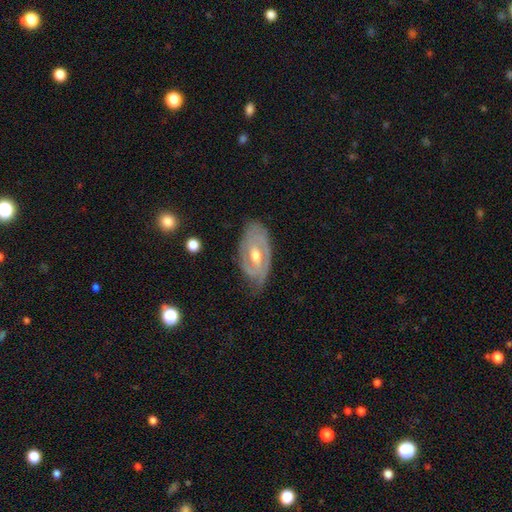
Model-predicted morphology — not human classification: Overall: featured or disk (78%). Edge-on disk: no (92%). Bar: weak (44%; no 42%). Spiral arms: yes (79%). Spiral arm count: 2 (44%; can't tell 34%). Spiral winding: tight (64%; medium 27%). Bulge size: moderate (73%). Merging: none (65%; minor disturbance 26%).